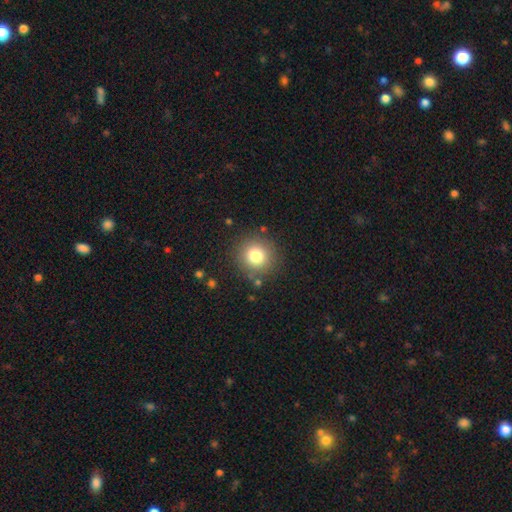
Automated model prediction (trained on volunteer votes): Q: Smooth or featured?
A: smooth (79%); runner-up: star or artifact (12%)
Q: How rounded?
A: round (93%); runner-up: in between (6%)
Q: Merging?
A: none (86%); runner-up: minor disturbance (8%)